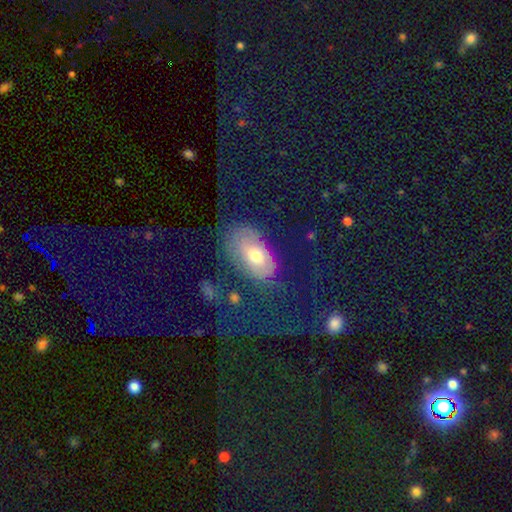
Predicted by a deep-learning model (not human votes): smooth-or-featured: smooth: 50% | featured or disk: 35% | star or artifact: 15%
  how-rounded: in between: 89% | round: 9% | cigar-shaped: 3%
  merging: none: 61% | minor disturbance: 22% | major disturbance: 14% | merger: 3%